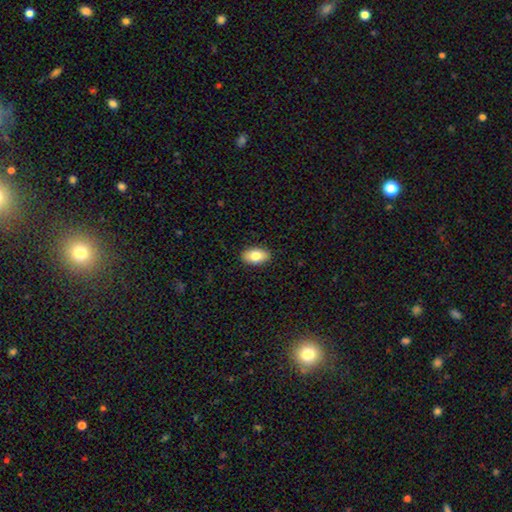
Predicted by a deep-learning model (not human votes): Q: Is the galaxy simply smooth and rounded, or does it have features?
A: smooth — 79%.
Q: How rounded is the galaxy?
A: in between — 93%.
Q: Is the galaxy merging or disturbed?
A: none — 89%.